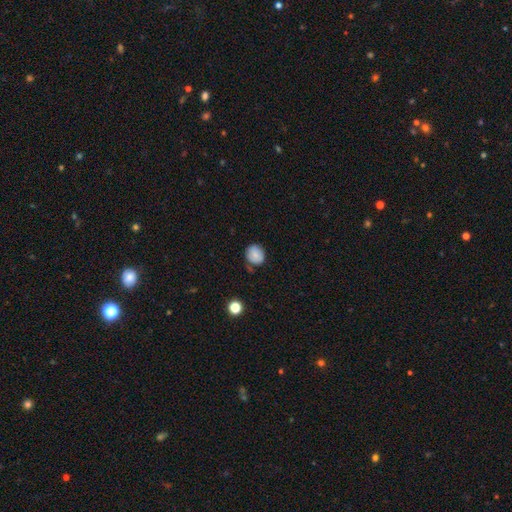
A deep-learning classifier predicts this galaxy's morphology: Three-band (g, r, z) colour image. It shows a smooth galaxy with no disk features (78%) that is round (74%). Merging: none (72%).